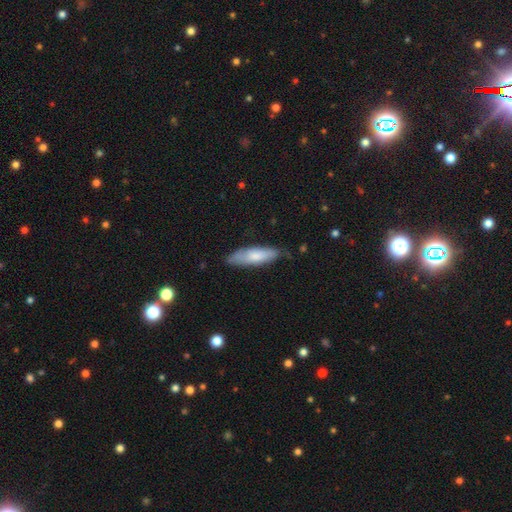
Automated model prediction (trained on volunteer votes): This is likely a smooth galaxy (73%). How rounded: possibly in between (50%). Merging: likely none (71%).